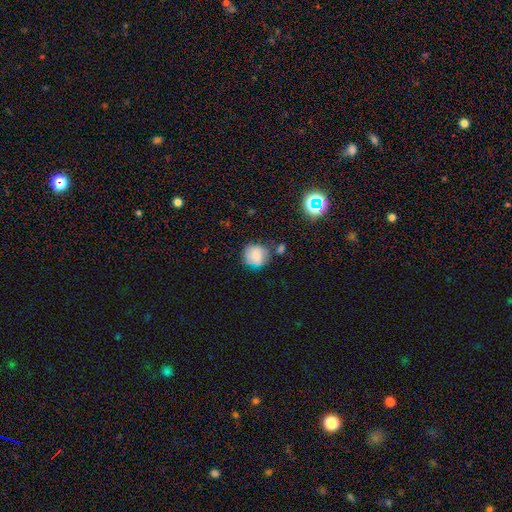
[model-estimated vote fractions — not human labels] Smooth or featured? smooth (73%)
How rounded? round (87%)
Merging? none (64%)